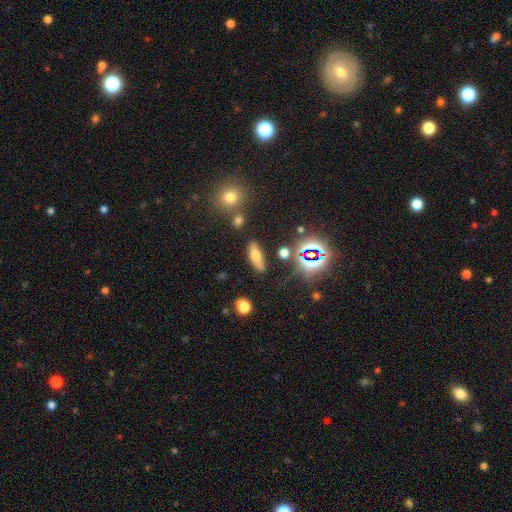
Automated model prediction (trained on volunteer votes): smooth 51%, featured or disk 30%, star or artifact 19%. Down the decision tree: how rounded — in between (48%); merging — none (77%).